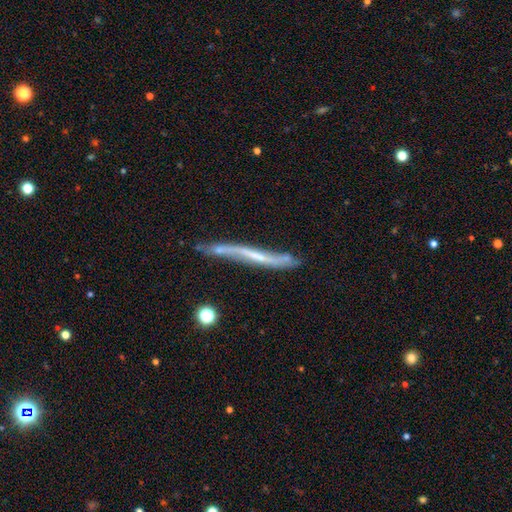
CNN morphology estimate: This appears to be a featured or disk galaxy (72%) viewed edge-on (73%) with no central bulge (74%). Merging: none (59%).